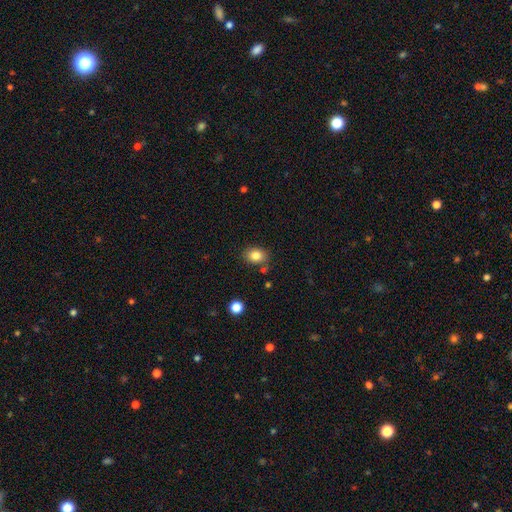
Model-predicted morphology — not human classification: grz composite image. It shows a smooth galaxy with no disk features (84%) that is in between round and cigar-shaped (62%). Merging: none (80%).